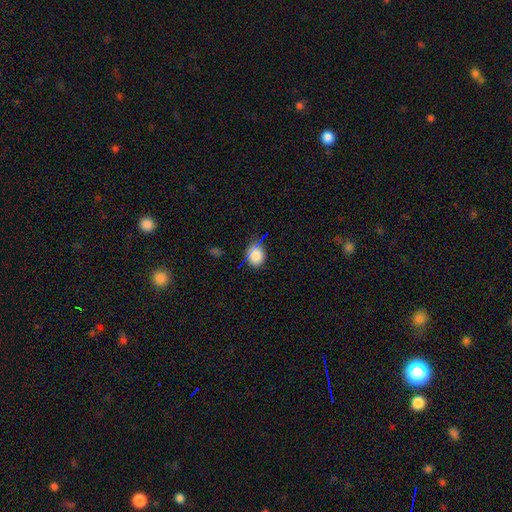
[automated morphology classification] This appears to be a smooth galaxy with no disk features (79%) that is round (61%). Merging: none (71%).